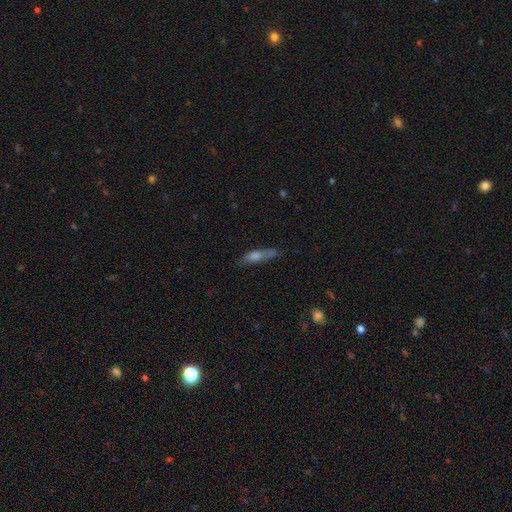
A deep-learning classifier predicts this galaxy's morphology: smooth 51%, featured or disk 38%, star or artifact 11%. Down the decision tree: how rounded — cigar-shaped (77%); merging — none (65%).